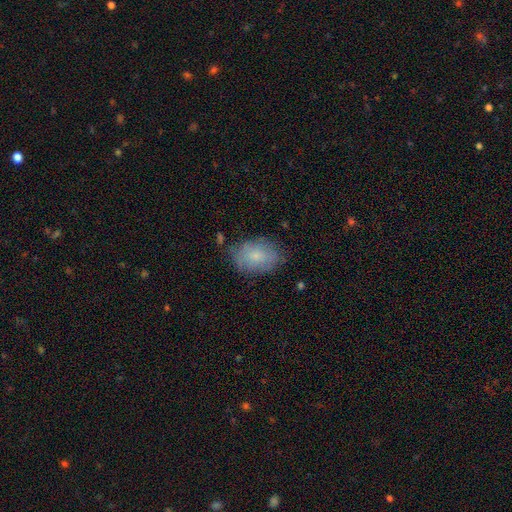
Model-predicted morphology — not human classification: A smooth galaxy with no disk features (72%) that is in between round and cigar-shaped (81%).

Vote fractions:
- Smooth or featured? smooth: 72% / featured or disk: 20% / star or artifact: 8%
- How rounded? in between: 81% / round: 18% / cigar-shaped: 1%
- Merging? none: 71% / minor disturbance: 21% / major disturbance: 6% / merger: 2%